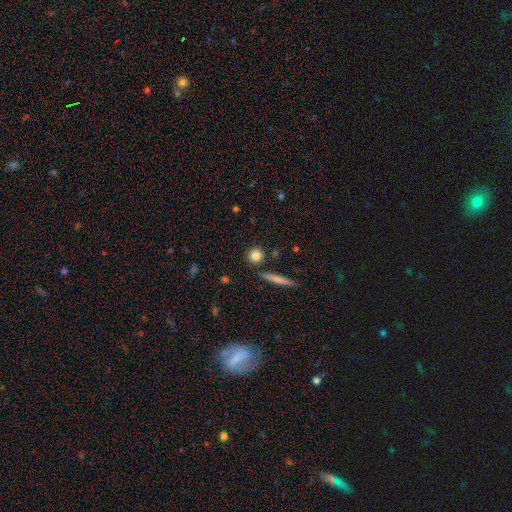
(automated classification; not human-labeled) Overall: smooth (82%). How rounded: round (87%). Merging: none (84%).